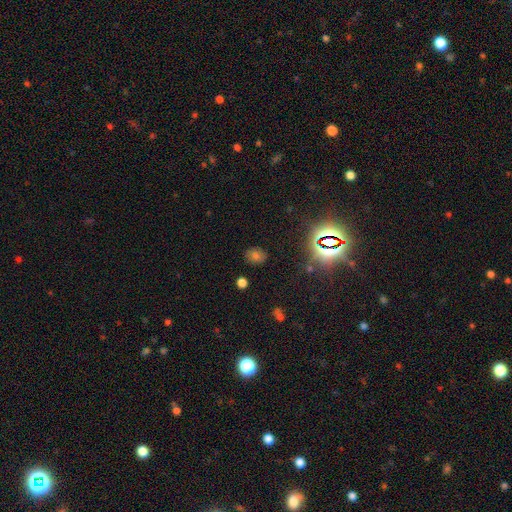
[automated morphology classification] Overall: star or artifact (48%; smooth 40%).